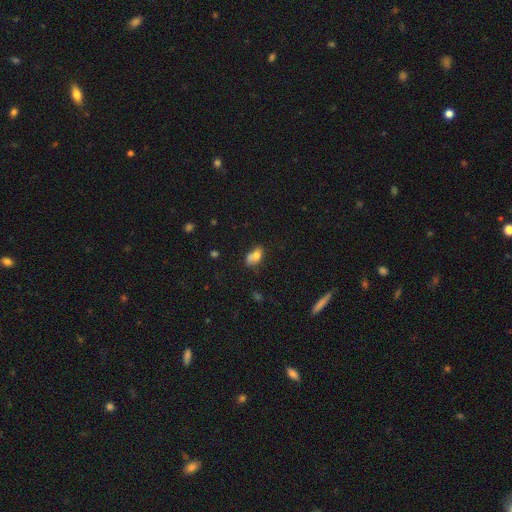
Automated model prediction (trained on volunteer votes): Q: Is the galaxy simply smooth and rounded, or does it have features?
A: smooth — 71%.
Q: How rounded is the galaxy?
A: in between — 82%.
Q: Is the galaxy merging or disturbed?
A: none — 38%.